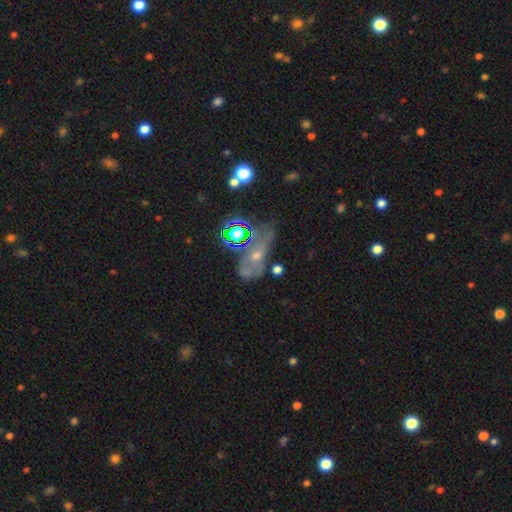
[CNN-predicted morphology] Overall: featured or disk (36%; star or artifact 33%). Merging: none (37%; major disturbance 26%).